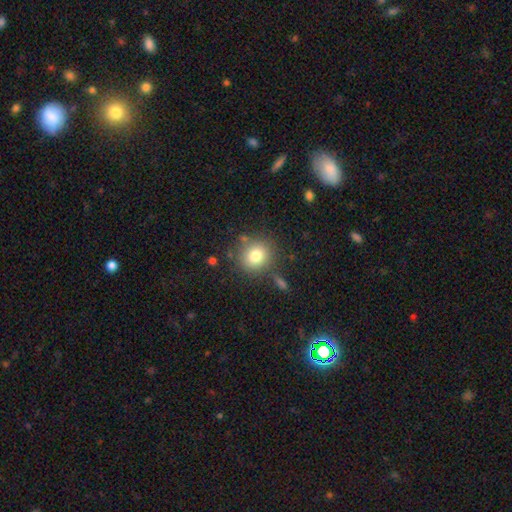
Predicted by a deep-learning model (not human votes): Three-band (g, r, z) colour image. It shows a smooth galaxy with no disk features (78%) that is round (87%). Merging: none (78%).